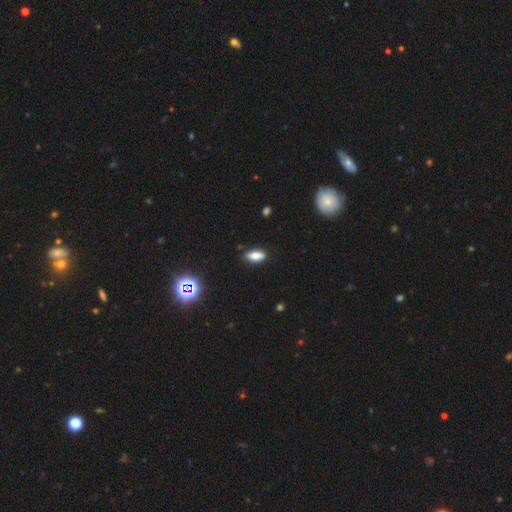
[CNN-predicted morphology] Smooth or featured?
  - smooth: 80% *
  - star or artifact: 11%
  - featured or disk: 9%
How rounded?
  - in between: 82% *
  - cigar-shaped: 15%
  - round: 4%
Merging?
  - none: 82% *
  - minor disturbance: 14%
  - major disturbance: 3%
  - merger: 2%